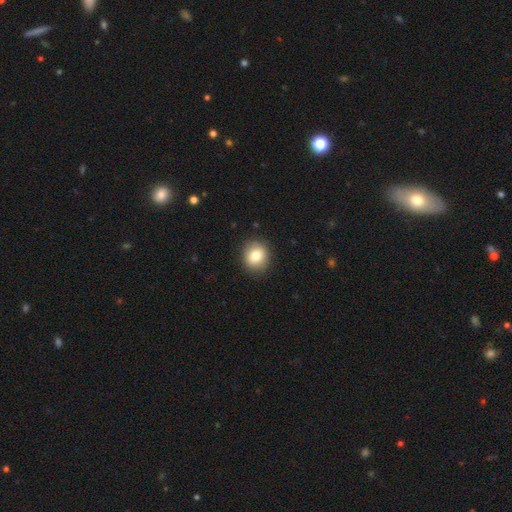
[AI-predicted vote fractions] This appears to be a smooth galaxy with no disk features (81%) that is round (78%). Merging: none (89%).